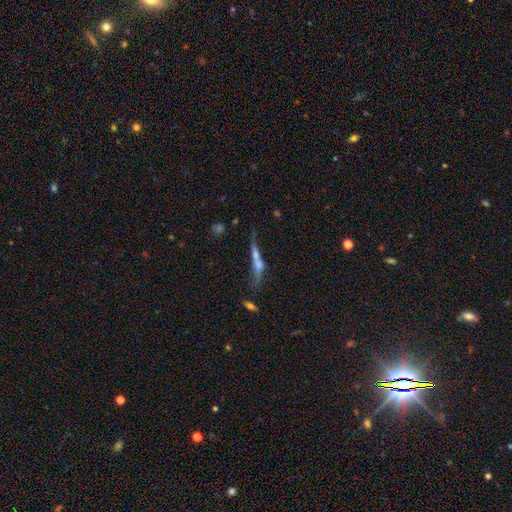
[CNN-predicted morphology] Q: Smooth or featured?
A: featured or disk (54%); runner-up: smooth (32%)
Q: Edge-on disk?
A: yes (76%); runner-up: no (24%)
Q: Merging?
A: none (44%); runner-up: merger (24%)